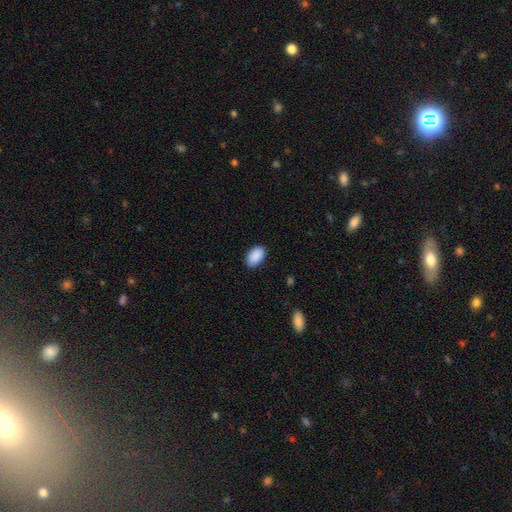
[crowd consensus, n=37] Morphology: type=smooth (97%); roundness=in between (78%); merging=none (92%).